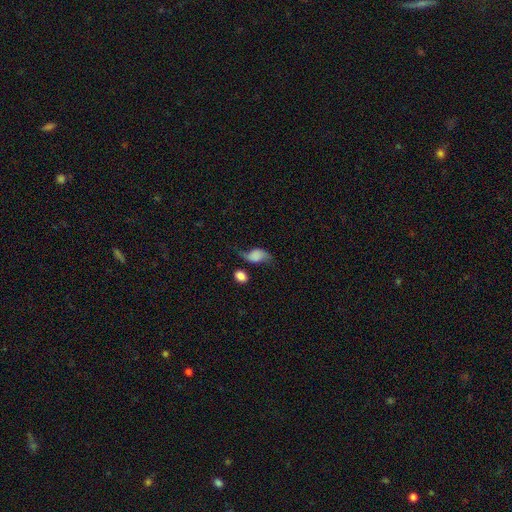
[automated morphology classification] Smooth or featured?
  - smooth: 51% *
  - featured or disk: 38%
  - star or artifact: 11%
How rounded?
  - in between: 80% *
  - round: 17%
  - cigar-shaped: 3%
Merging?
  - none: 43% *
  - minor disturbance: 26%
  - major disturbance: 21%
  - merger: 10%